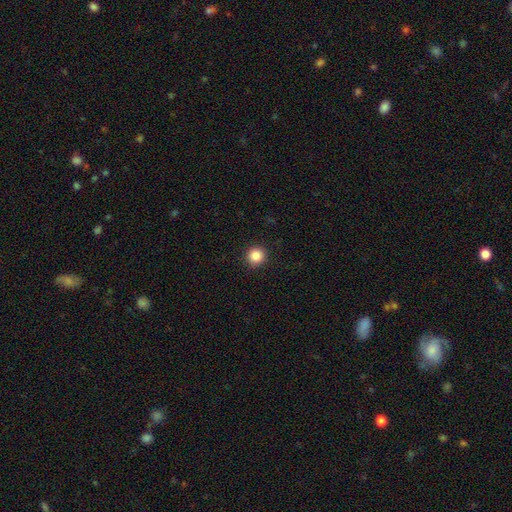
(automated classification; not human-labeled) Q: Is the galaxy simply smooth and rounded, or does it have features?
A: smooth — 86%.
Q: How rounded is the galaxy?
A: round — 95%.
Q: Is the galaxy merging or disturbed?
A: none — 92%.